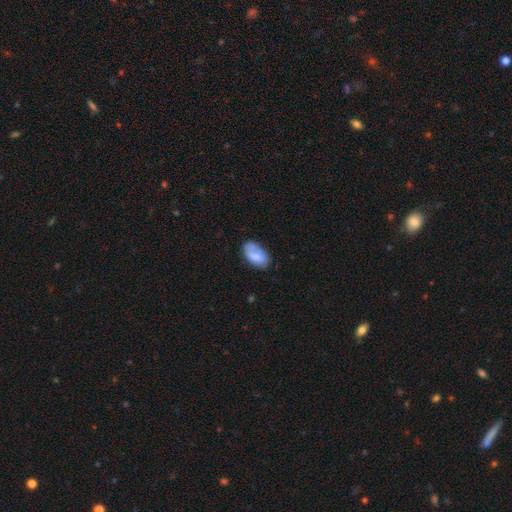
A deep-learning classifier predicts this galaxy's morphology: Q: Smooth or featured?
A: smooth (70%); runner-up: featured or disk (23%)
Q: How rounded?
A: in between (93%); runner-up: round (5%)
Q: Merging?
A: none (52%); runner-up: minor disturbance (29%)